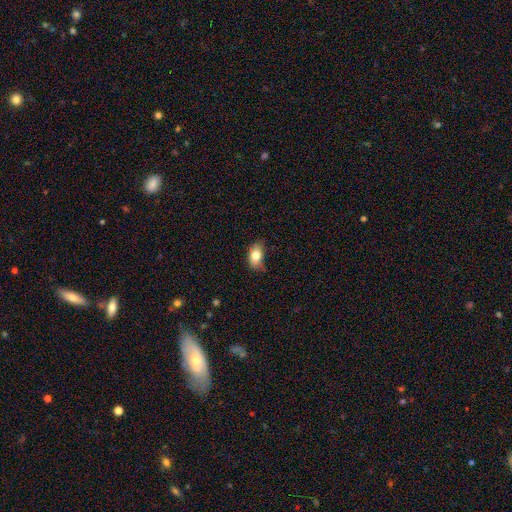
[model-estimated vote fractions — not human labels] Smooth or featured?
  - smooth: 80% *
  - featured or disk: 12%
  - star or artifact: 8%
How rounded?
  - in between: 88% *
  - round: 10%
  - cigar-shaped: 2%
Merging?
  - none: 61% *
  - minor disturbance: 30%
  - major disturbance: 7%
  - merger: 2%